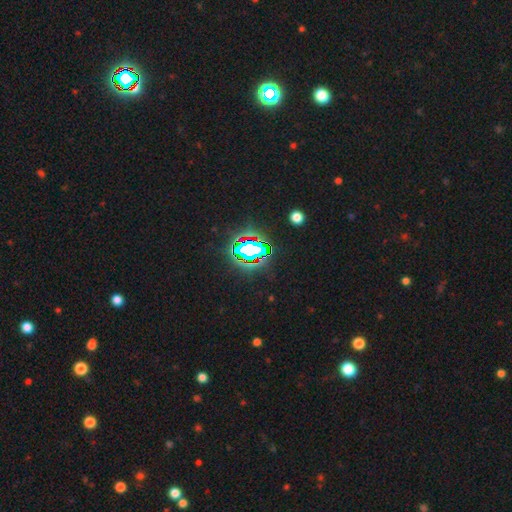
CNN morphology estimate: This is likely a star or artifact rather than a galaxy (73%).